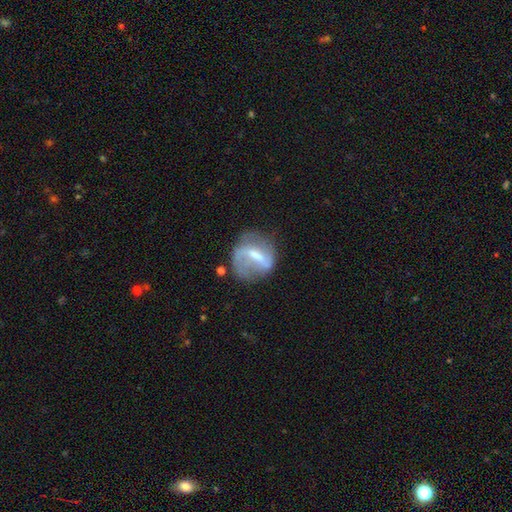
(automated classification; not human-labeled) Overall: featured or disk (62%; smooth 30%). Edge-on disk: no (95%). Bar: strong (50%; weak 35%). Spiral arms: yes (57%; no 43%). Bulge size: moderate (38%; small 26%). Merging: none (50%; minor disturbance 23%).